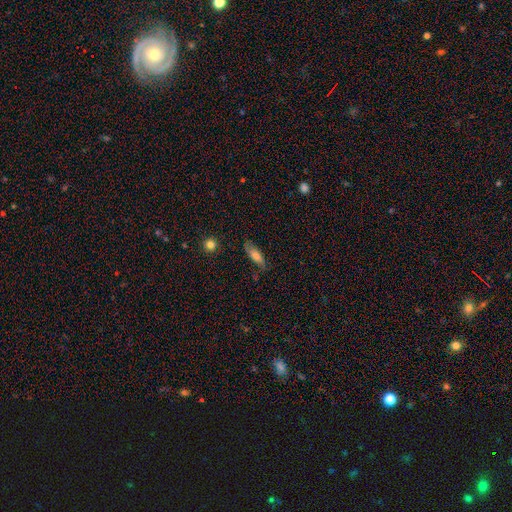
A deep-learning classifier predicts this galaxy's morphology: The model was most divided on "how rounded": in between: 53%, cigar-shaped: 44%, round: 2%. More confident: merging — none (73%); smooth or featured — smooth (68%).